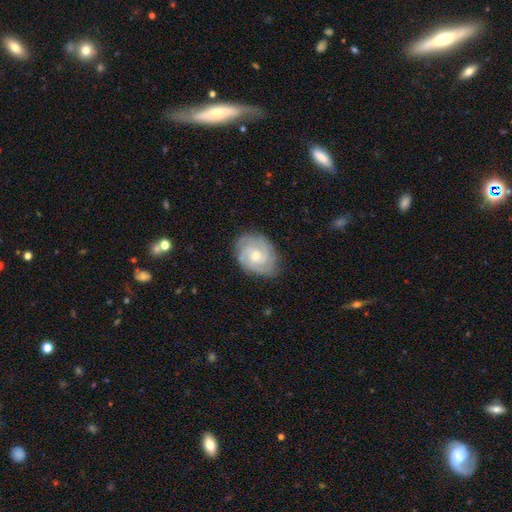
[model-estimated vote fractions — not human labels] Smooth or featured? Predicted: featured or disk (p=0.84). Edge-on disk? Predicted: no (p=0.98). Bar? Predicted: no (p=0.65). Spiral arms? Predicted: yes (p=0.97). Spiral winding? Predicted: tight (p=0.69). Spiral arm count? Predicted: 3 (p=0.40). Bulge size? Predicted: moderate (p=0.56). Merging? Predicted: none (p=0.80).